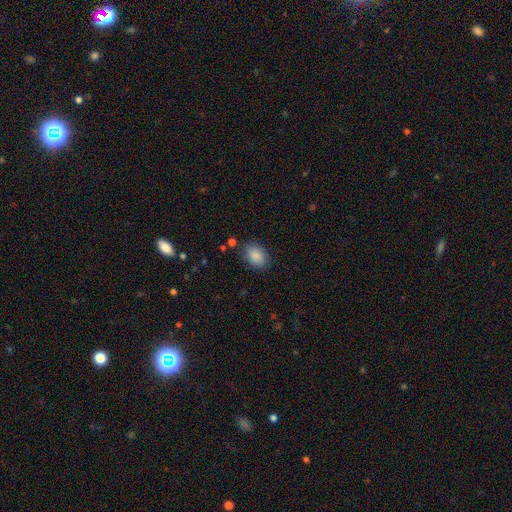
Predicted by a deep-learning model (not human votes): Morphology: type=smooth (87%); roundness=in between (80%); merging=none (80%).